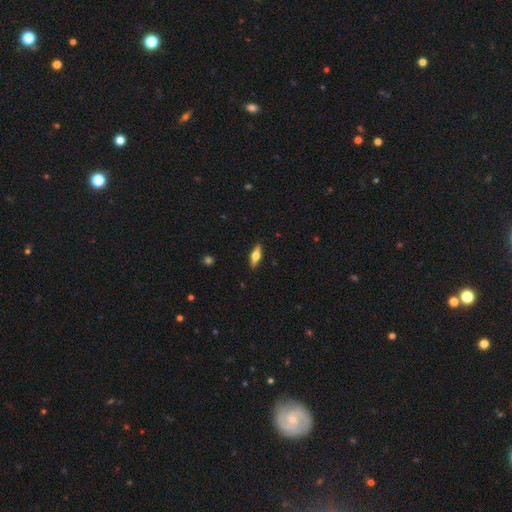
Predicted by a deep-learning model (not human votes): Smooth or featured: featured or disk — 50% (smooth — 44%)
Merging: none — 90% (minor disturbance — 8%)